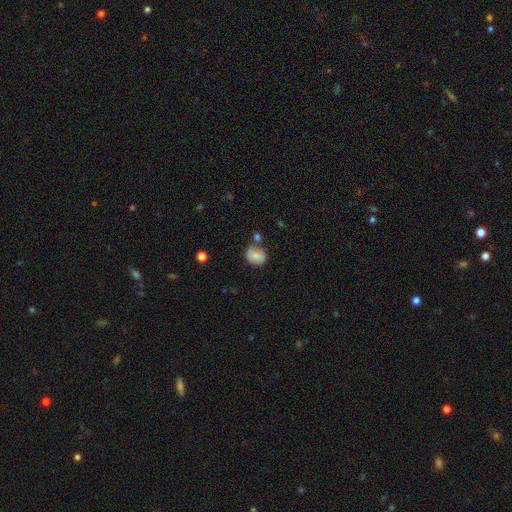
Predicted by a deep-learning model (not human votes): smooth_or_featured: smooth (p=0.75) [alt: featured or disk p=0.16]
how_rounded: round (p=0.61) [alt: in between p=0.38]
merging: none (p=0.58) [alt: minor disturbance p=0.21]